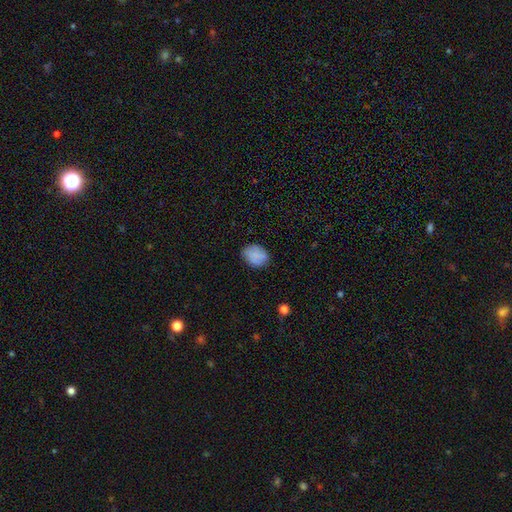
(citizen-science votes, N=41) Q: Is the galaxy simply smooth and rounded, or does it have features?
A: smooth — 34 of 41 (83%).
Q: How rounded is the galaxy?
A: in between — 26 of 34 (76%).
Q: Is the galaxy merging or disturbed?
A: none — 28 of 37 (76%).